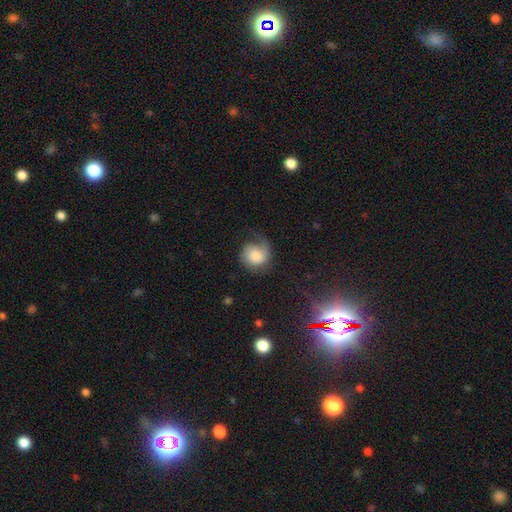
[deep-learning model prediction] smooth-or-featured: smooth: 47% | featured or disk: 45% | star or artifact: 9%
  merging: none: 49% | minor disturbance: 26% | major disturbance: 23% | merger: 2%